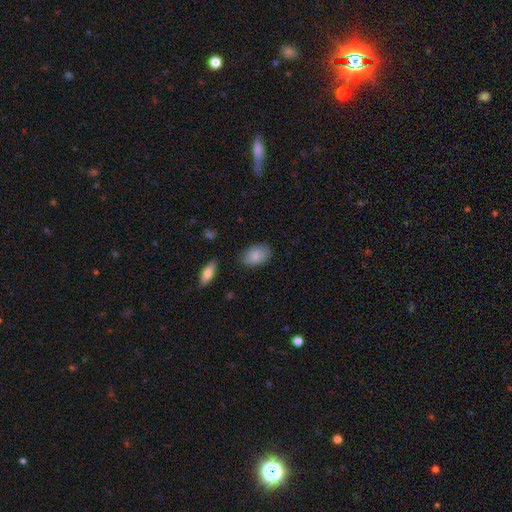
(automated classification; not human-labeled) smooth 86%, featured or disk 7%, star or artifact 6%. Down the decision tree: how rounded — in between (88%); merging — none (80%).